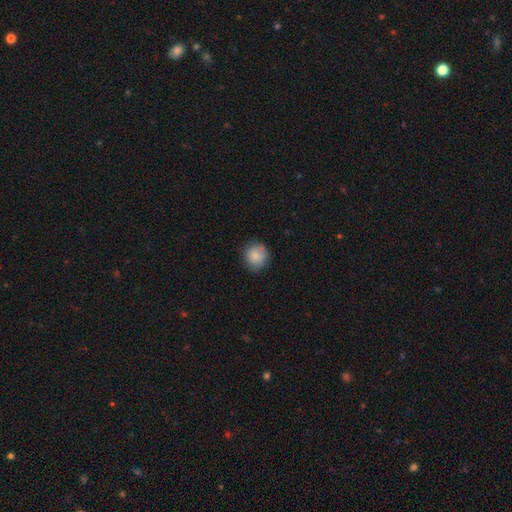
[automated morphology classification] smooth 84%, featured or disk 8%, star or artifact 8%. Down the decision tree: how rounded — round (90%); merging — none (81%).